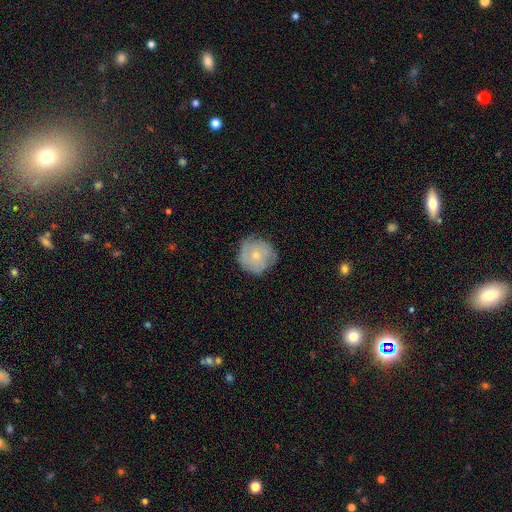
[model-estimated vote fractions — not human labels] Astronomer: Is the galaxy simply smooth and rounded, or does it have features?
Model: smooth — 51% (runner-up: featured or disk, 42%).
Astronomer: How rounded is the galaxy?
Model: round — 93%.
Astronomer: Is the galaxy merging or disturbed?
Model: none — 73%.